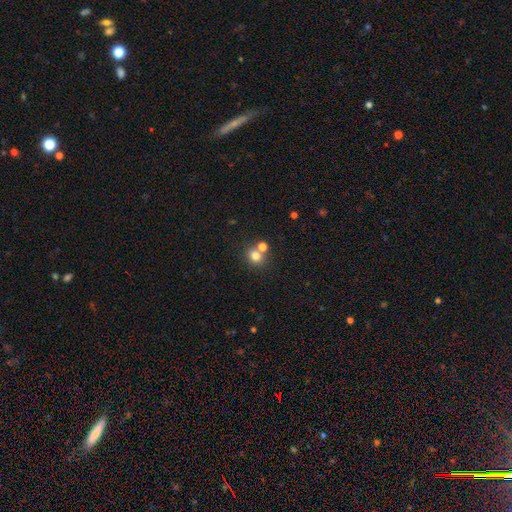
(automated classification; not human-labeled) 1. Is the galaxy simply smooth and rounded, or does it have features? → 76% smooth, 15% star or artifact, 9% featured or disk.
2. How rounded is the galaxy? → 82% round, 17% in between, 1% cigar-shaped.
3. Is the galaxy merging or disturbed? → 59% none, 30% merger, 7% minor disturbance, 3% major disturbance.